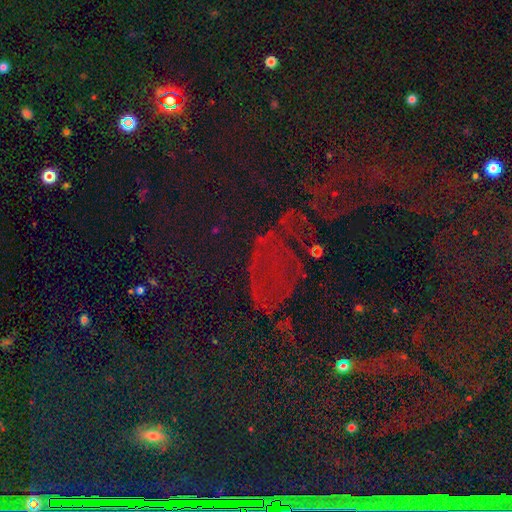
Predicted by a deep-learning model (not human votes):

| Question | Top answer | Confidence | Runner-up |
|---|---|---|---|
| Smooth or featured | star or artifact | 74% | smooth (14%) |